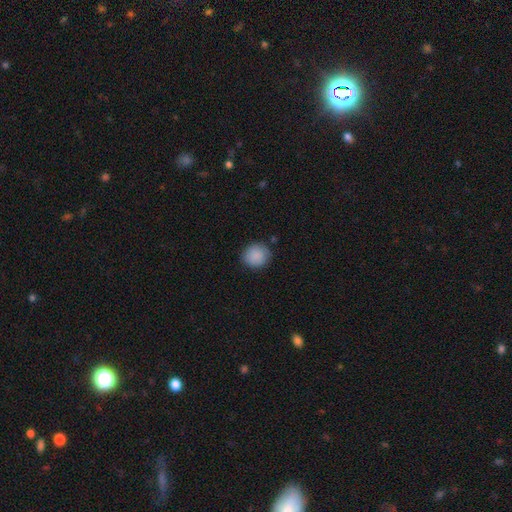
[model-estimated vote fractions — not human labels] Morphology: type=smooth (88%); roundness=round (84%); merging=none (85%).